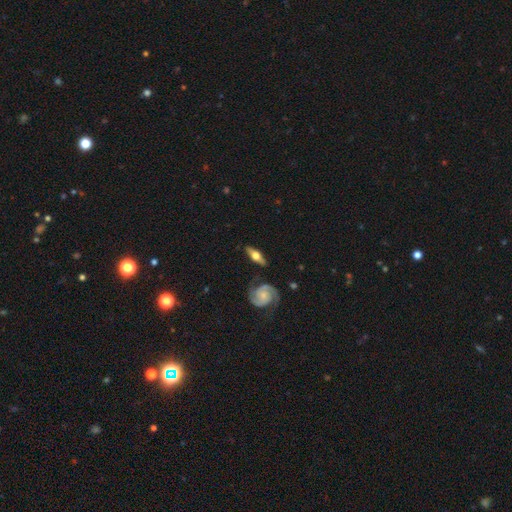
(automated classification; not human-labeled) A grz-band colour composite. It shows a featured or disk galaxy (74%) viewed edge-on (76%) with a rounded central bulge (94%). Merging: none (77%).